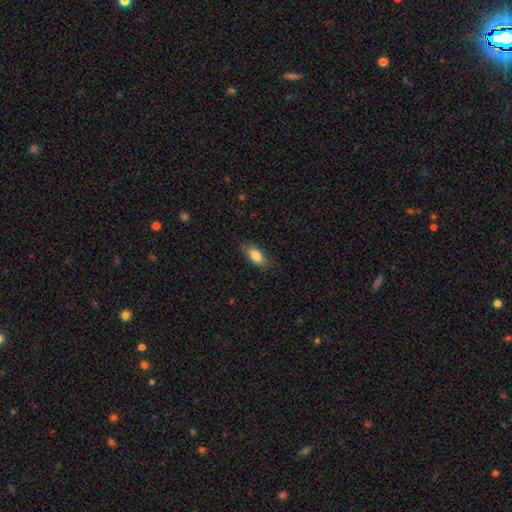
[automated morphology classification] type=smooth (82%); roundness=in between (87%); merging=none (80%).